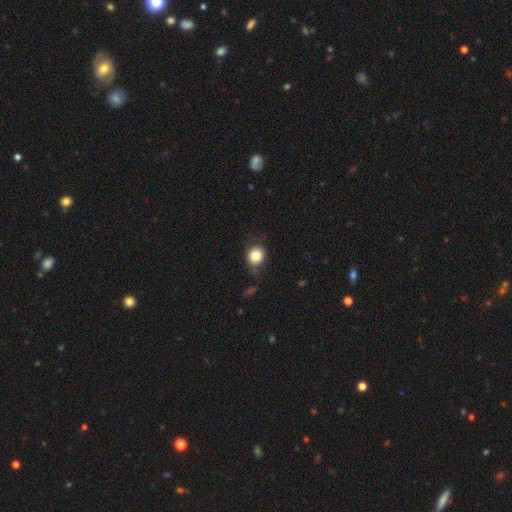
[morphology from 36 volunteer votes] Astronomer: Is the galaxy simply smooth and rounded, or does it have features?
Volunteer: smooth — 94%.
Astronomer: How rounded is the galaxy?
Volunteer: round — 76%.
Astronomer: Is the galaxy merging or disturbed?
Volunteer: none — 66%.